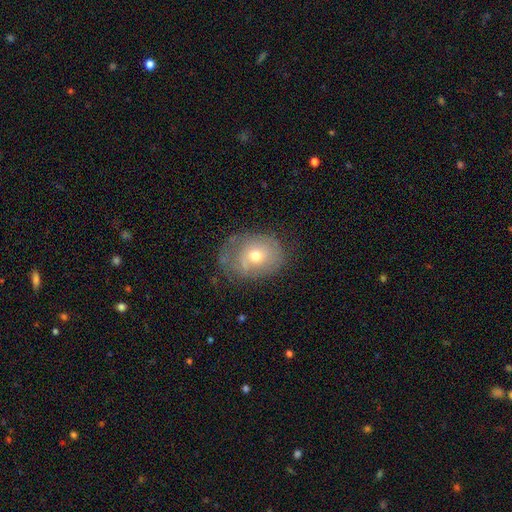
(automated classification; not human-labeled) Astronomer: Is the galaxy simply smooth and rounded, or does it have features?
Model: smooth — 54% (runner-up: featured or disk, 36%).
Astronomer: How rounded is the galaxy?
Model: in between — 55% (runner-up: round, 44%).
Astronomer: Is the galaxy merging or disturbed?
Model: none — 50% (runner-up: minor disturbance, 30%).